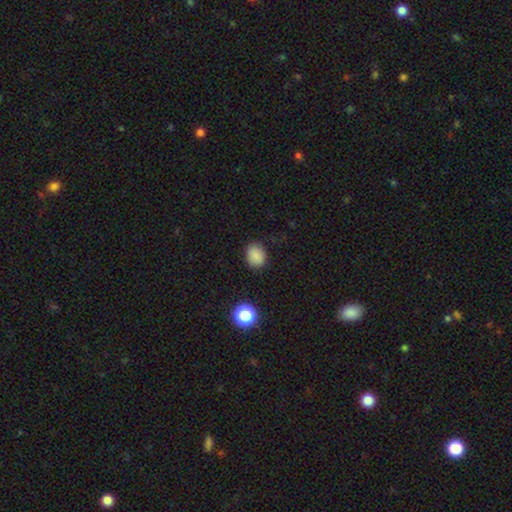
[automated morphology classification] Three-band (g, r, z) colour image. It shows a smooth galaxy with no disk features (84%) that is round (56%). Merging: none (83%).